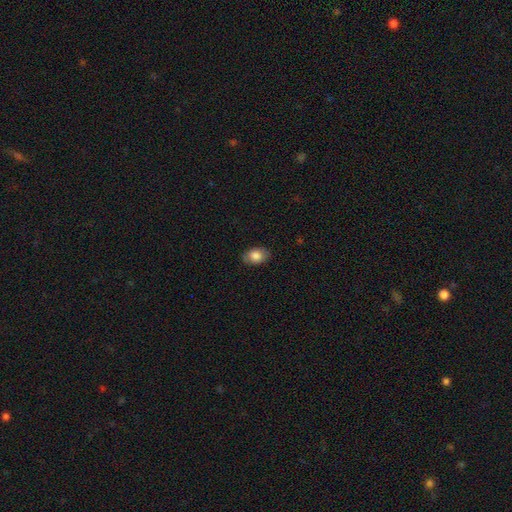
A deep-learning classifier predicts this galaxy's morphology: smooth 82%, featured or disk 11%, star or artifact 7%. Down the decision tree: how rounded — in between (86%); merging — none (85%).